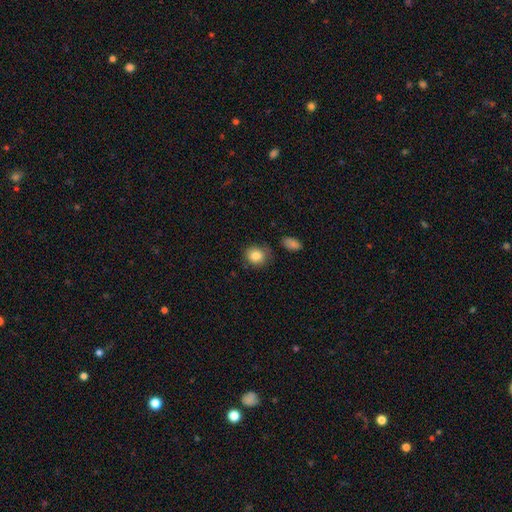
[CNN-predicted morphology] A smooth galaxy with no disk features (84%) that is round (76%).

Vote fractions:
- Smooth or featured? smooth: 84% / star or artifact: 9% / featured or disk: 7%
- How rounded? round: 76% / in between: 23% / cigar-shaped: 1%
- Merging? none: 74% / minor disturbance: 18% / major disturbance: 4% / merger: 4%